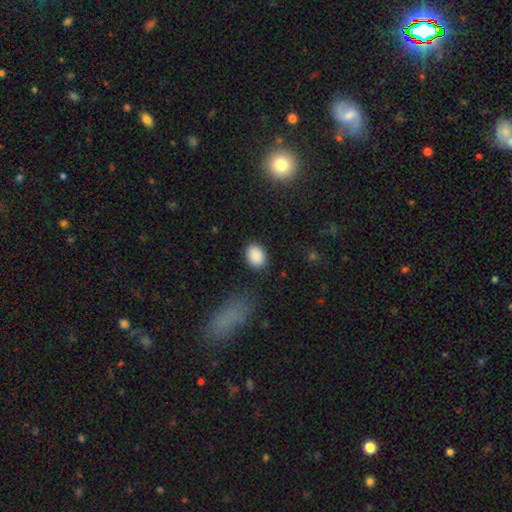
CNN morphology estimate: type=smooth (89%); roundness=in between (71%); merging=none (85%).